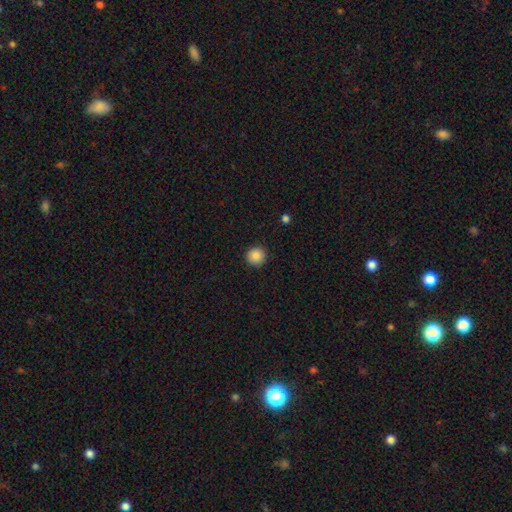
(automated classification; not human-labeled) Smooth or featured?
  - smooth: 87% *
  - star or artifact: 9%
  - featured or disk: 4%
How rounded?
  - round: 95% *
  - in between: 4%
  - cigar-shaped: 1%
Merging?
  - none: 92% *
  - minor disturbance: 5%
  - major disturbance: 2%
  - merger: 1%